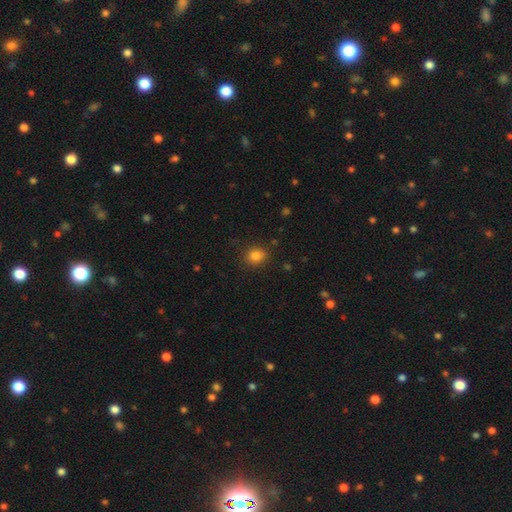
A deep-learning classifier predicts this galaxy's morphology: type=smooth (83%); roundness=round (74%); merging=none (87%).